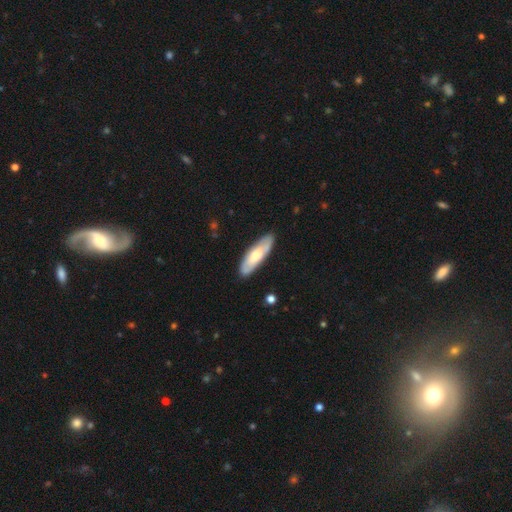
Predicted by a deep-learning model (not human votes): Overall: smooth (57%; featured or disk 38%). How rounded: in between (49%, tied with cigar-shaped). Merging: none (85%).